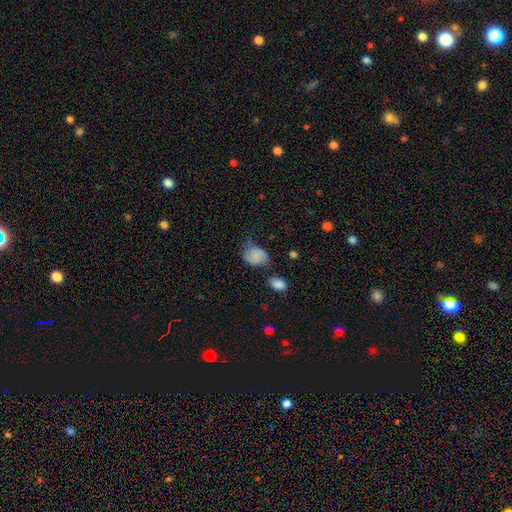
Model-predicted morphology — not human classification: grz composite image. It shows a smooth galaxy with no disk features (57%) that is in between round and cigar-shaped (63%). Merging: none (47%).